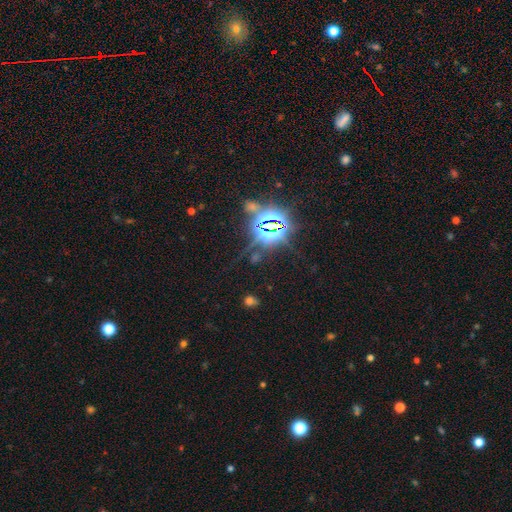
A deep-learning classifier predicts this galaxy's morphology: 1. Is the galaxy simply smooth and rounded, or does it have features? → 81% star or artifact, 11% smooth, 8% featured or disk.